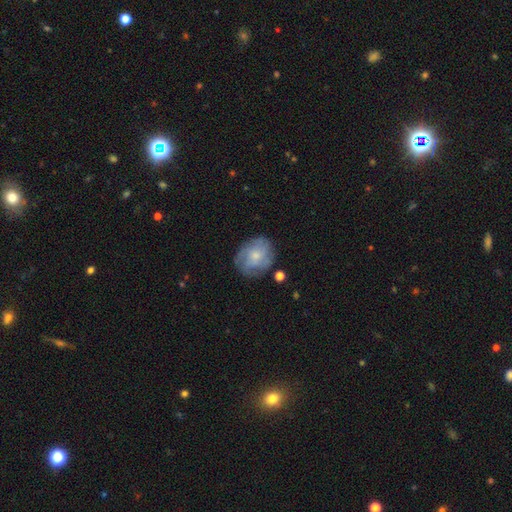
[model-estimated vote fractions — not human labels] Smooth or featured? Predicted: featured or disk (p=0.50). Merging? Predicted: none (p=0.72).